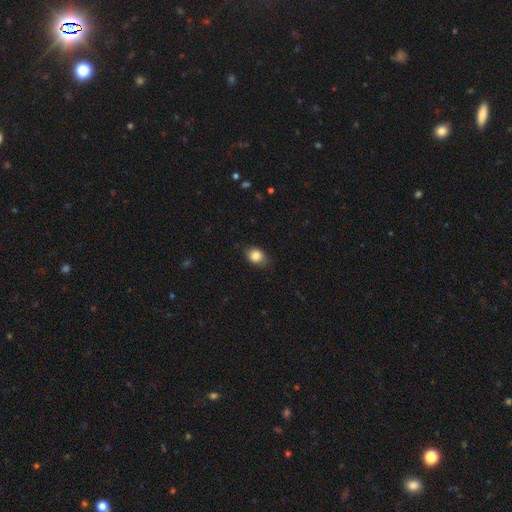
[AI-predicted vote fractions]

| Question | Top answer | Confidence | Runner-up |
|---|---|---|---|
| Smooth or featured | smooth | 84% | star or artifact (9%) |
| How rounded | in between | 58% | round (41%) |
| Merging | none | 75% | minor disturbance (20%) |